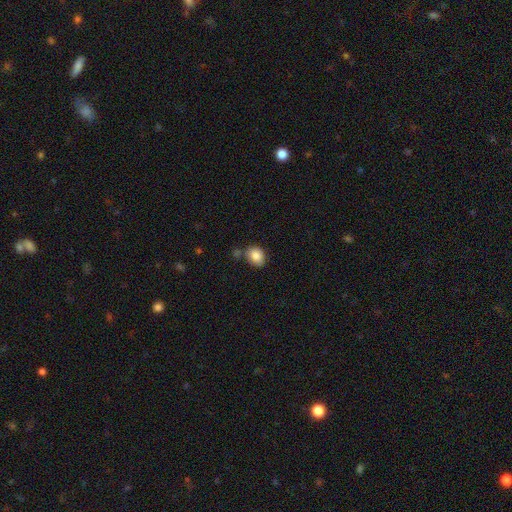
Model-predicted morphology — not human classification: This is clearly a smooth galaxy (85%). How rounded: possibly in between (54%). Merging: likely none (67%).